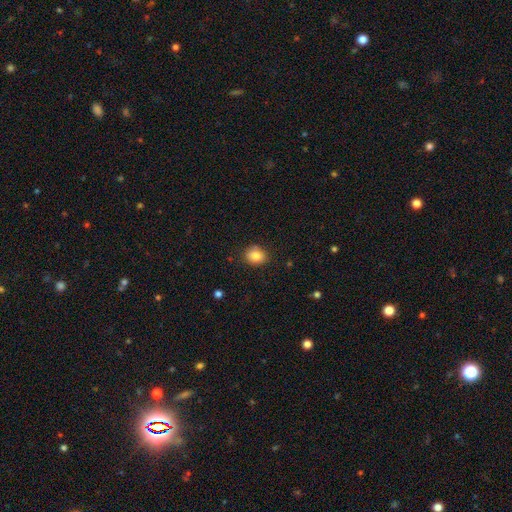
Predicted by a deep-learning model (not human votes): Smooth or featured?
  - smooth: 83% *
  - star or artifact: 10%
  - featured or disk: 7%
How rounded?
  - round: 67% *
  - in between: 32%
  - cigar-shaped: 1%
Merging?
  - none: 84% *
  - minor disturbance: 12%
  - major disturbance: 3%
  - merger: 1%